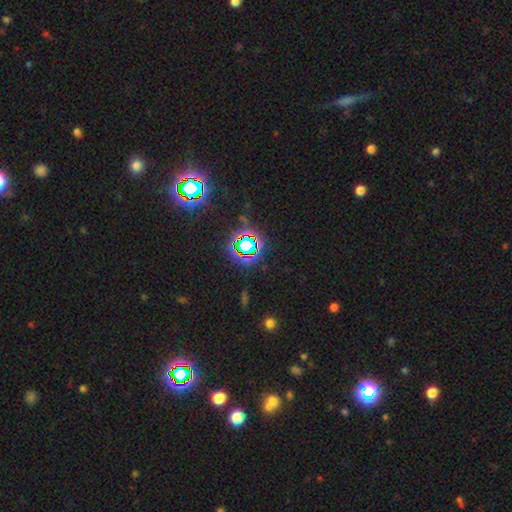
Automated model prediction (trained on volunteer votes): This appears to be a star or artifact, not a galaxy (78%).